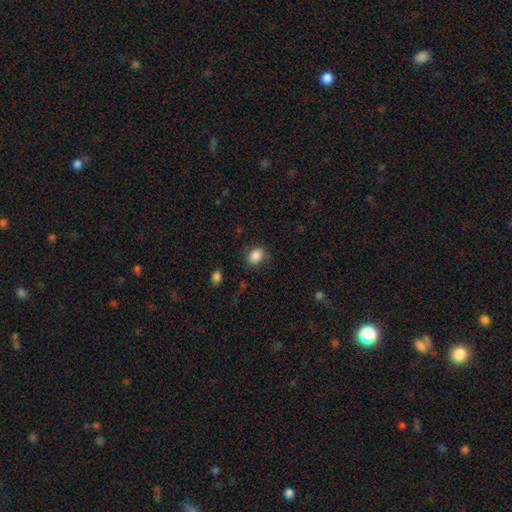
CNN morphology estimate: smooth 86%, star or artifact 9%, featured or disk 4%. Down the decision tree: how rounded — in between (64%); merging — none (78%).